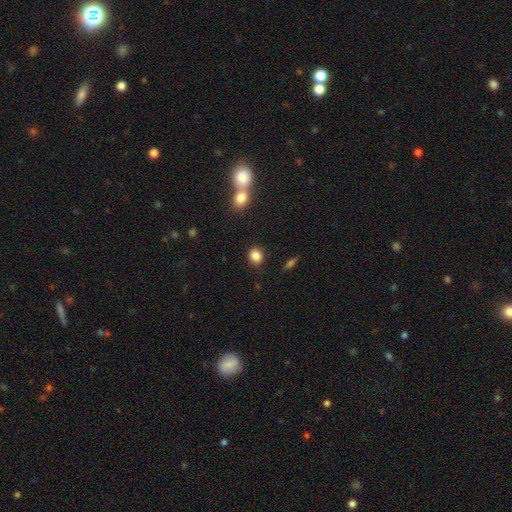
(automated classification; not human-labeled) Smooth or featured: smooth — 86% (star or artifact — 10%)
How rounded: round — 70% (in between — 29%)
Merging: none — 85% (minor disturbance — 10%)